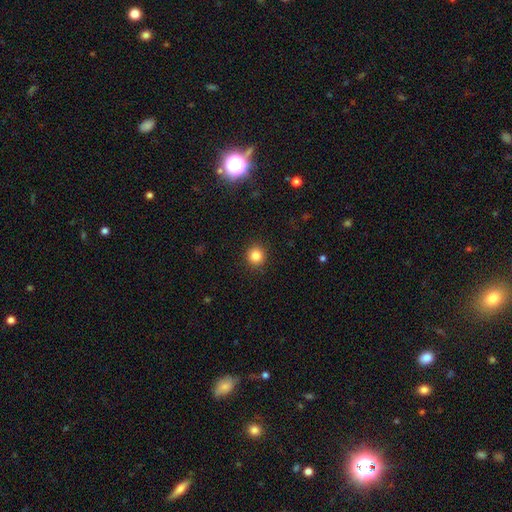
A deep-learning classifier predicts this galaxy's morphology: Smooth or featured: smooth — 84% (star or artifact — 11%)
How rounded: round — 93% (in between — 6%)
Merging: none — 91% (minor disturbance — 6%)